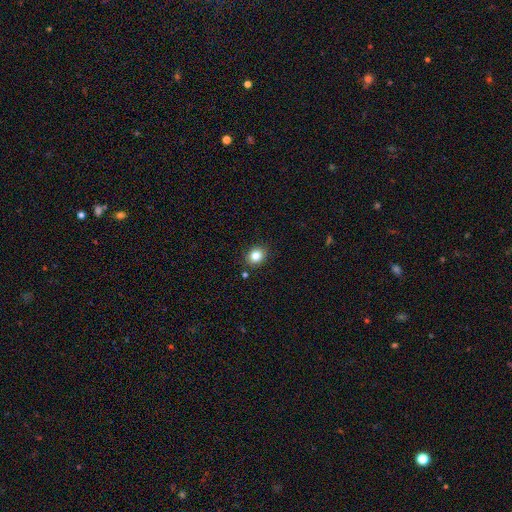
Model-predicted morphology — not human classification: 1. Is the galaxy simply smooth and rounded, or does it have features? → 82% smooth, 11% star or artifact, 7% featured or disk.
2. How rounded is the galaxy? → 65% round, 34% in between, 1% cigar-shaped.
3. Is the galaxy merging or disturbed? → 88% none, 8% minor disturbance, 2% merger, 2% major disturbance.